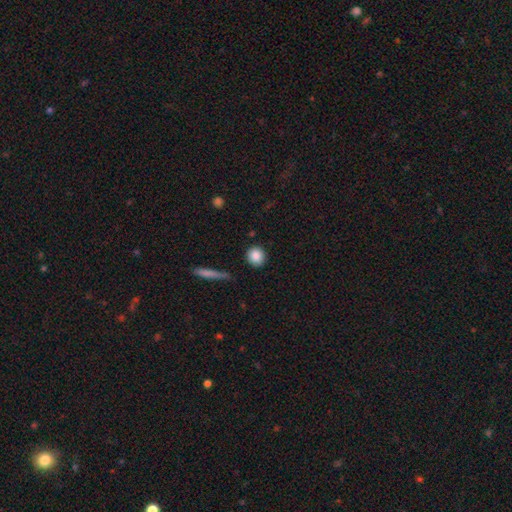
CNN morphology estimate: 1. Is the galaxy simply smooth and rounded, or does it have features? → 86% smooth, 8% star or artifact, 6% featured or disk.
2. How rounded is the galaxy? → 84% round, 14% in between, 2% cigar-shaped.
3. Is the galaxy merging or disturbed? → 87% none, 8% minor disturbance, 2% major disturbance, 2% merger.